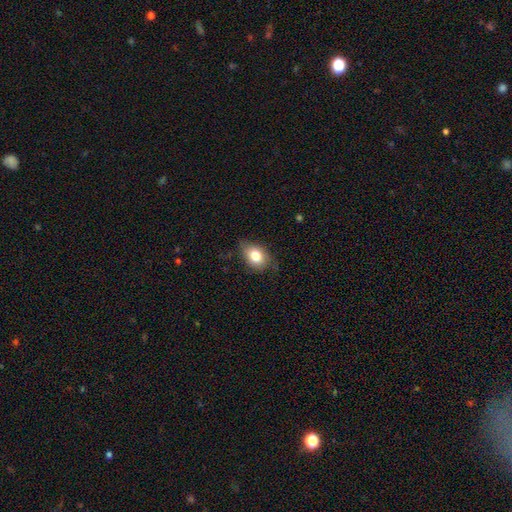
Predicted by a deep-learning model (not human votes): Morphology: type=smooth (77%); roundness=in between (72%); merging=none (65%).